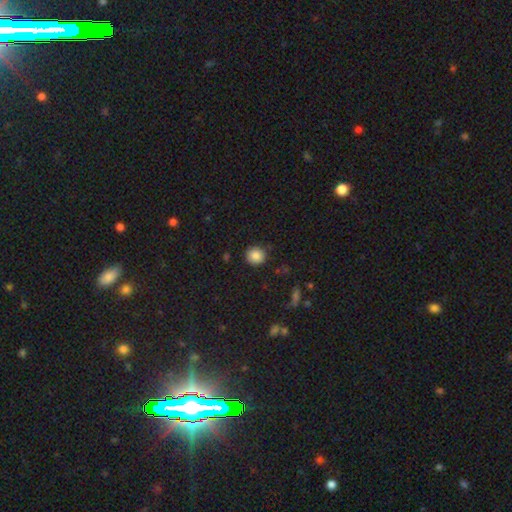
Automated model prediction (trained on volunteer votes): smooth-or-featured: smooth: 86% | star or artifact: 10% | featured or disk: 5%
  how-rounded: round: 87% | in between: 12% | cigar-shaped: 1%
  merging: none: 88% | minor disturbance: 8% | major disturbance: 2% | merger: 1%